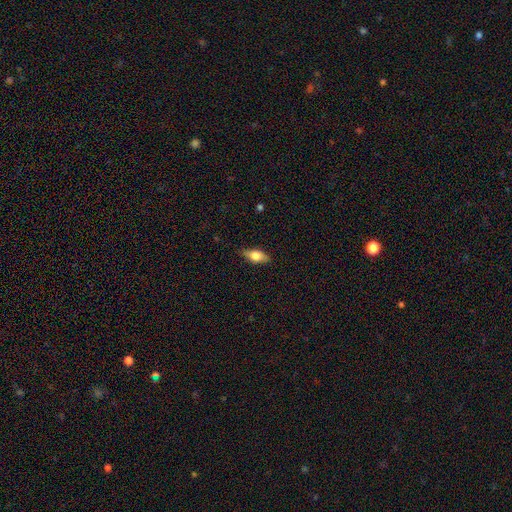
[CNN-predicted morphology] This is likely a smooth galaxy (72%). How rounded: clearly in between (83%). Merging: clearly none (82%).